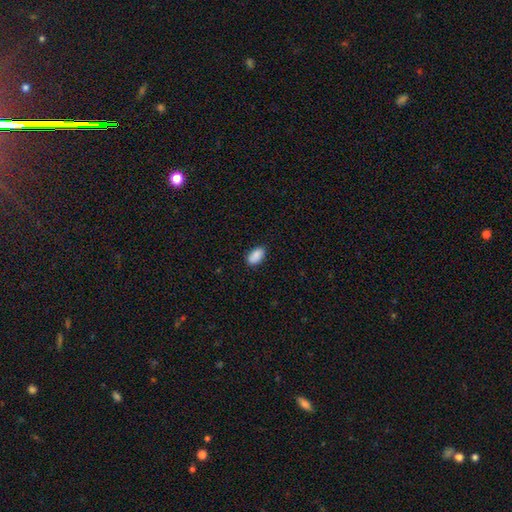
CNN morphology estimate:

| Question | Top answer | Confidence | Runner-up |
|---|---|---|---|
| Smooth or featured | smooth | 89% | star or artifact (7%) |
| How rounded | in between | 94% | round (4%) |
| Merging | none | 84% | minor disturbance (13%) |